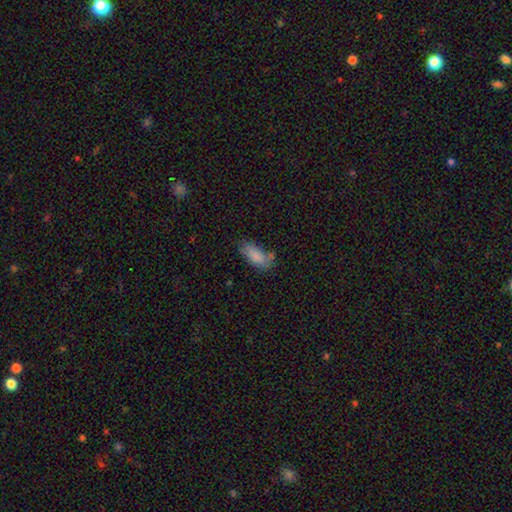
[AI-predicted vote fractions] smooth-or-featured: smooth: 84% | featured or disk: 9% | star or artifact: 7%
  how-rounded: in between: 84% | cigar-shaped: 14% | round: 2%
  merging: none: 62% | minor disturbance: 23% | merger: 8% | major disturbance: 6%